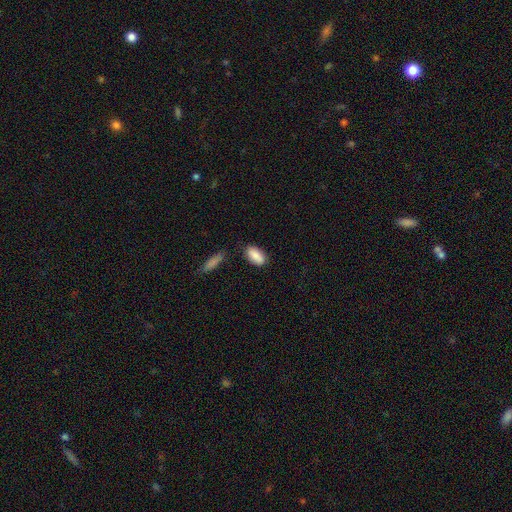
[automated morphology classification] Smooth or featured?
  - smooth: 86% *
  - featured or disk: 7%
  - star or artifact: 6%
How rounded?
  - in between: 90% *
  - cigar-shaped: 7%
  - round: 3%
Merging?
  - none: 78% *
  - minor disturbance: 15%
  - merger: 4%
  - major disturbance: 3%